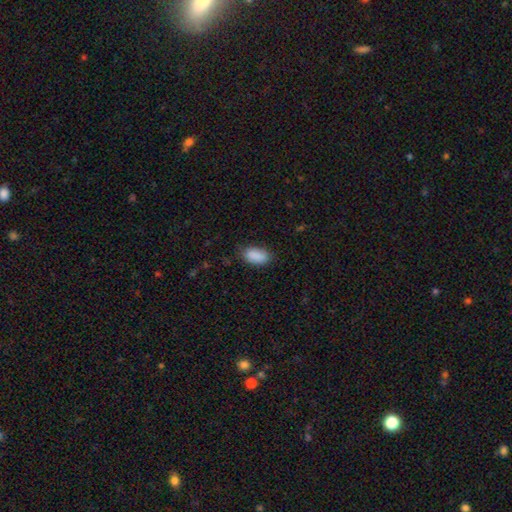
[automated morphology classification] This appears to be a smooth galaxy with no disk features (89%) that is in between round and cigar-shaped (93%). Merging: none (78%).